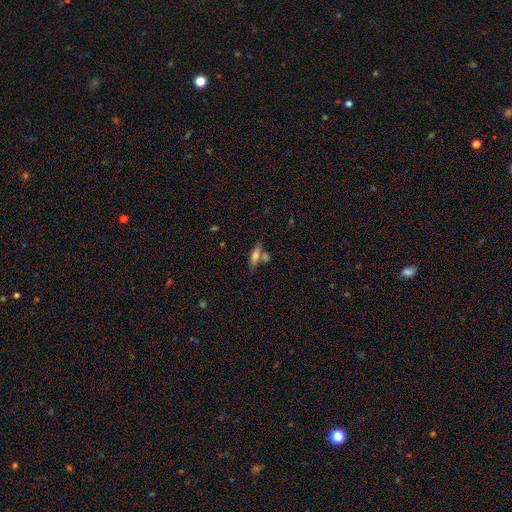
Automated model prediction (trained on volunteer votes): The model was most divided on "how rounded": cigar-shaped: 51%, in between: 45%, round: 4%. More confident: smooth or featured — smooth (60%); merging — none (54%).